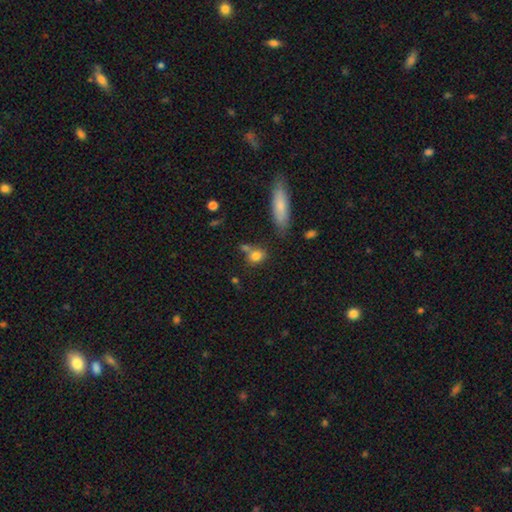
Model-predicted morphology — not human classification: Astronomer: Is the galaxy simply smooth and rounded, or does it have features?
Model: smooth — 80%.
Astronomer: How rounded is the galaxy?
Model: round — 50% (runner-up: in between, 45%).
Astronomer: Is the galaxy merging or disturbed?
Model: none — 57%.